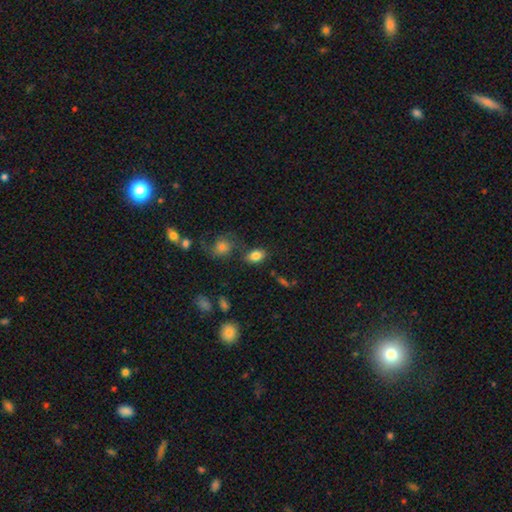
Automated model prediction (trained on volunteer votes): Smooth or featured: smooth — 82% (star or artifact — 9%)
How rounded: in between — 83% (round — 16%)
Merging: none — 73% (minor disturbance — 14%)